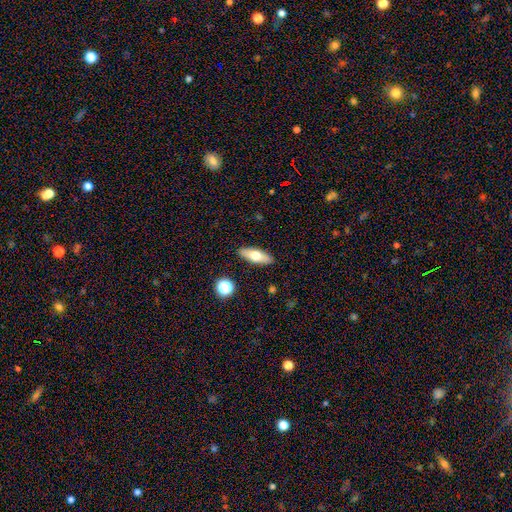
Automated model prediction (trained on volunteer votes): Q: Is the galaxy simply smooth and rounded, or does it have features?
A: smooth — 64%.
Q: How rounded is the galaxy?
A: in between — 63%.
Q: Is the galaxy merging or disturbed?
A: none — 89%.